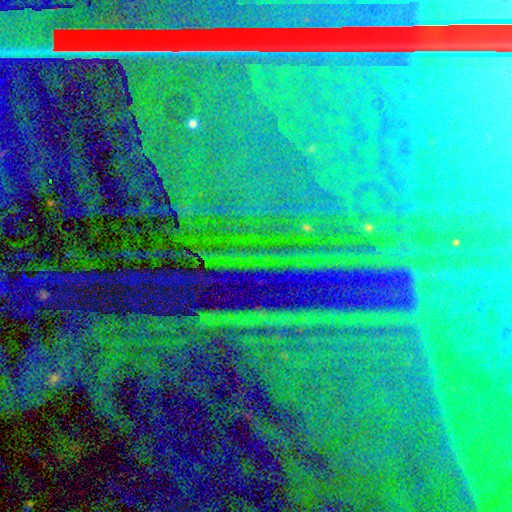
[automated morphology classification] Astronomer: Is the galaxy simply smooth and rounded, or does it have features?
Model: star or artifact — 86%.